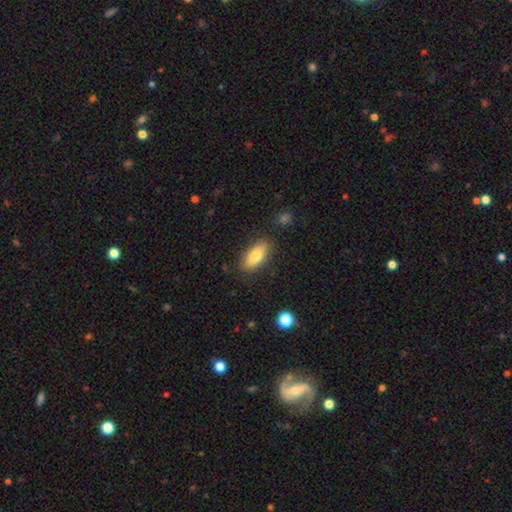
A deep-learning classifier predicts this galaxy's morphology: Smooth or featured? smooth (79%)
How rounded? in between (83%)
Merging? none (85%)